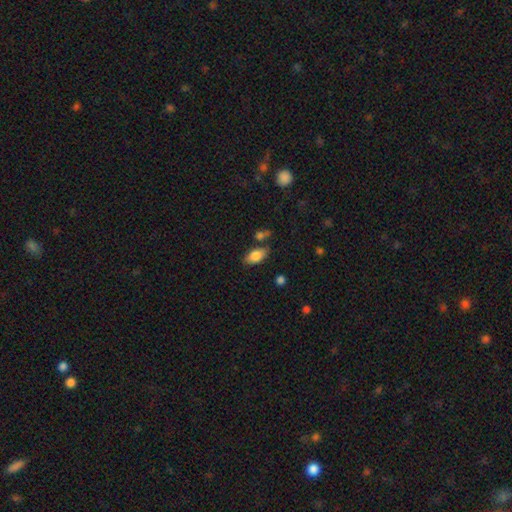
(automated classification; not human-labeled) Q: Smooth or featured?
A: smooth (80%); runner-up: featured or disk (12%)
Q: How rounded?
A: in between (90%); runner-up: cigar-shaped (6%)
Q: Merging?
A: none (73%); runner-up: minor disturbance (16%)